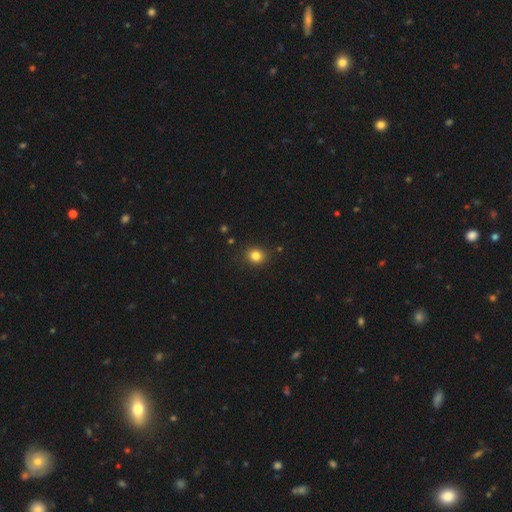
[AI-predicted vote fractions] smooth_or_featured: smooth (p=0.82) [alt: star or artifact p=0.13]
how_rounded: round (p=0.80) [alt: in between p=0.19]
merging: none (p=0.89) [alt: minor disturbance p=0.08]